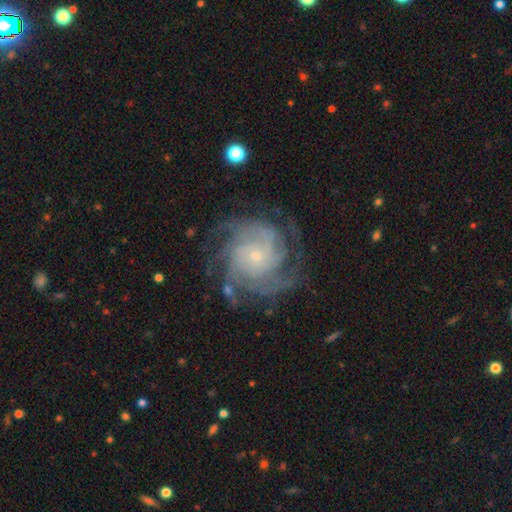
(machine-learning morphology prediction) featured or disk 87%, star or artifact 6%, smooth 6%. Down the decision tree: edge-on disk — no (98%); bar — no (76%); spiral arms — yes (97%); spiral arm count — 4 (33%); spiral winding — tight (62%); bulge size — small (80%); merging — none (74%).